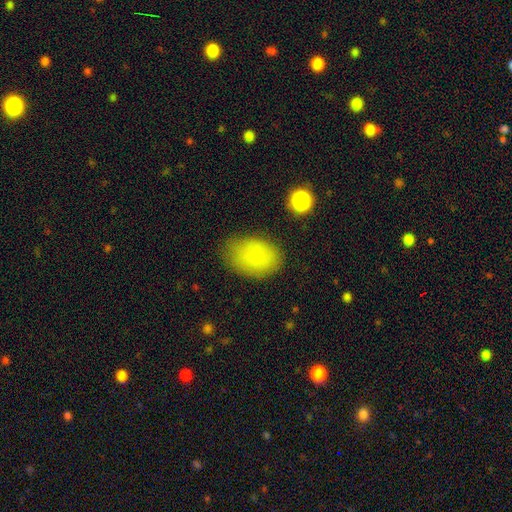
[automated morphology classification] Smooth or featured?
  - smooth: 81% *
  - featured or disk: 10%
  - star or artifact: 9%
How rounded?
  - in between: 80% *
  - round: 19%
  - cigar-shaped: 1%
Merging?
  - none: 74% *
  - minor disturbance: 18%
  - major disturbance: 5%
  - merger: 2%